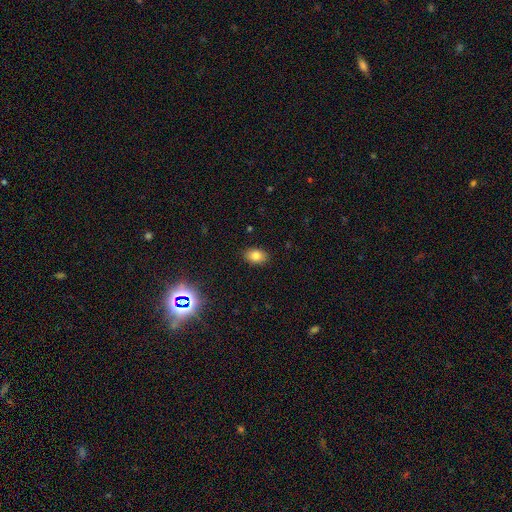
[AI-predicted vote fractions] smooth-or-featured: smooth: 79% | star or artifact: 12% | featured or disk: 9%
  how-rounded: in between: 84% | round: 15% | cigar-shaped: 1%
  merging: none: 88% | minor disturbance: 8% | major disturbance: 2% | merger: 1%